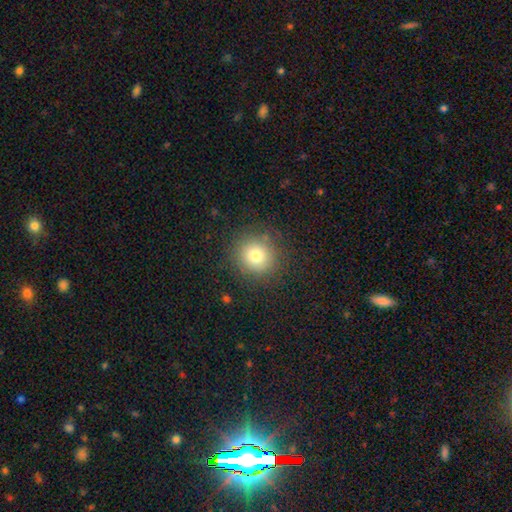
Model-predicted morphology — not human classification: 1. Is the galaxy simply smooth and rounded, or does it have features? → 77% smooth, 13% star or artifact, 10% featured or disk.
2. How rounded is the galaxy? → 91% round, 8% in between, 1% cigar-shaped.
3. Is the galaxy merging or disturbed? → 86% none, 9% minor disturbance, 4% major disturbance, 1% merger.